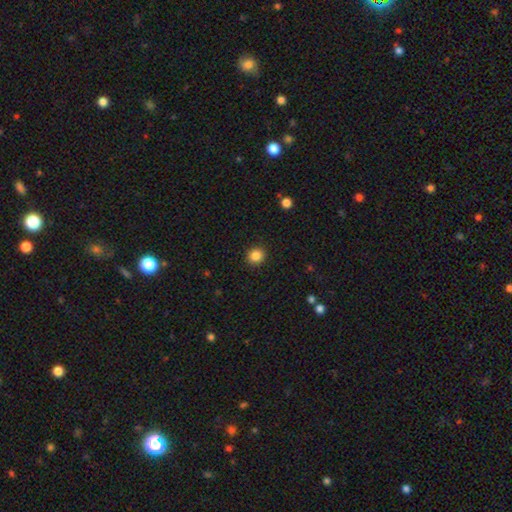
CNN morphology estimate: The model was most divided on "smooth or featured": smooth: 86%, star or artifact: 11%, featured or disk: 3%. More confident: merging — none (92%); how rounded — round (88%).